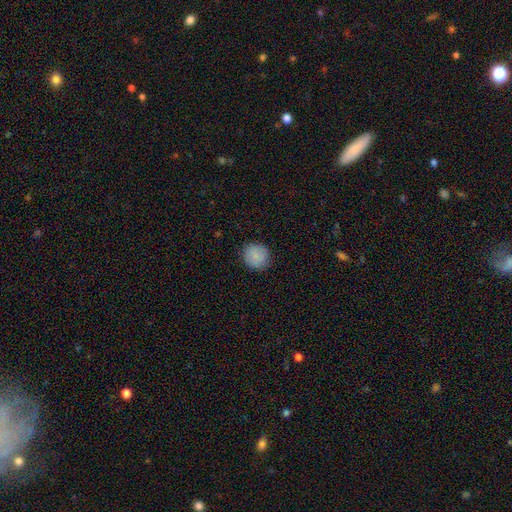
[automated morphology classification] type=smooth (86%); roundness=round (91%); merging=none (87%).